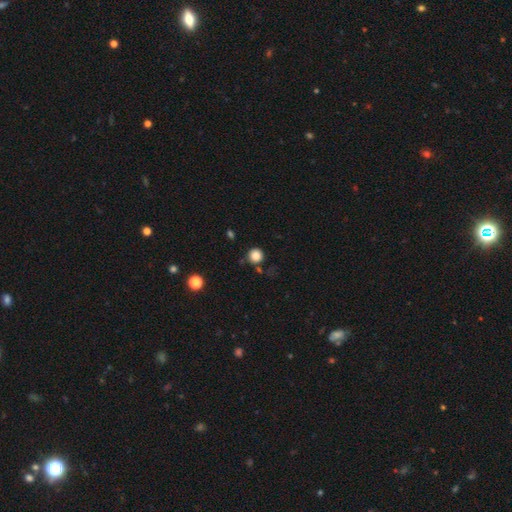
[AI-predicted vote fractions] Morphology: type=smooth (85%); roundness=round (94%); merging=none (81%).